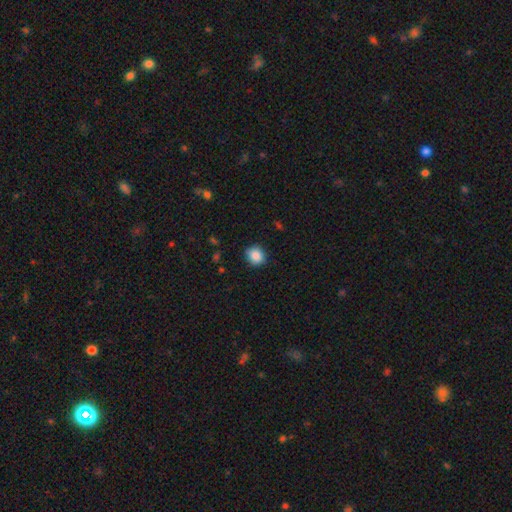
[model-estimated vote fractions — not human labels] Overall: smooth (87%). How rounded: round (80%). Merging: none (87%).